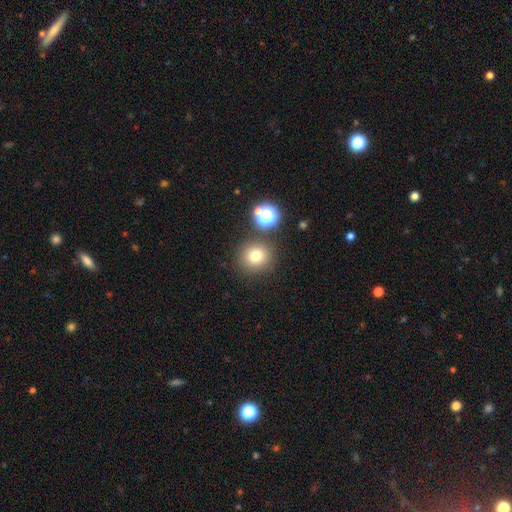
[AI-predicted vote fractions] Smooth or featured? smooth (76%)
How rounded? round (90%)
Merging? none (83%)